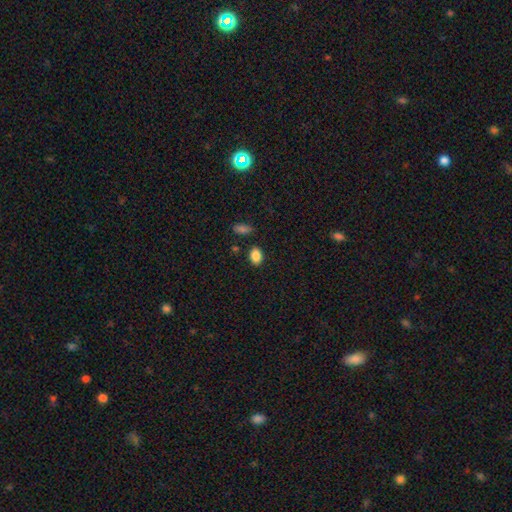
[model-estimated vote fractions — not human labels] Overall: smooth (87%). How rounded: in between (78%). Merging: none (84%).